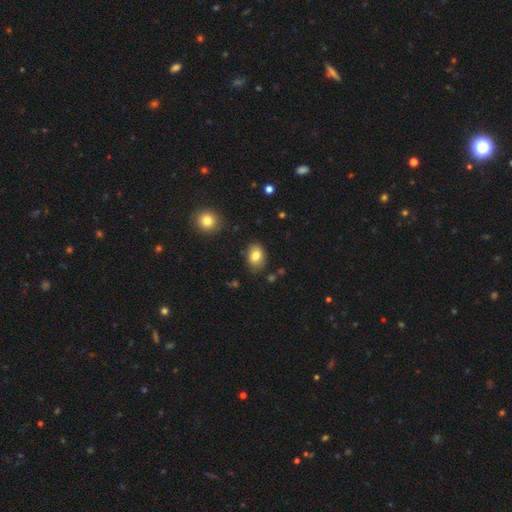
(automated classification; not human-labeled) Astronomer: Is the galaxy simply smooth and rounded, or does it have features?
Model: smooth — 81%.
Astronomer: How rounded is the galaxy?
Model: in between — 77%.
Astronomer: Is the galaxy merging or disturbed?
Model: none — 82%.